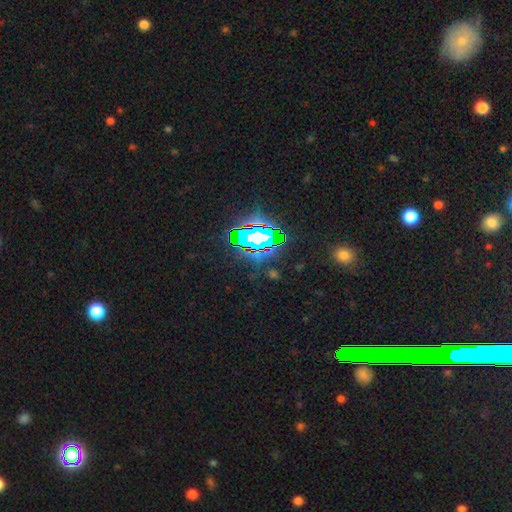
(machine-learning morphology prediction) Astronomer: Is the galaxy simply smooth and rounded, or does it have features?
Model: star or artifact — 81%.